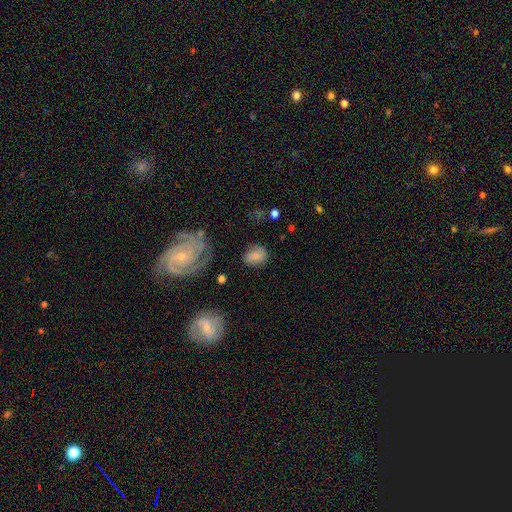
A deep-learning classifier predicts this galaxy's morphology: type=smooth (71%); roundness=in between (54%); merging=none (71%).